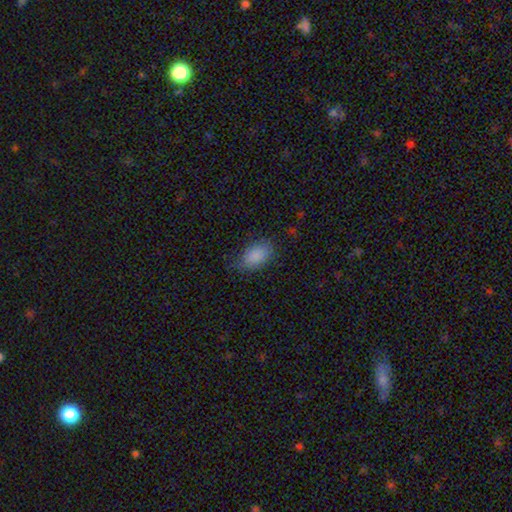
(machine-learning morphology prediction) Smooth or featured?
  - smooth: 87% *
  - star or artifact: 8%
  - featured or disk: 5%
How rounded?
  - in between: 92% *
  - round: 6%
  - cigar-shaped: 2%
Merging?
  - none: 73% *
  - minor disturbance: 21%
  - major disturbance: 5%
  - merger: 1%